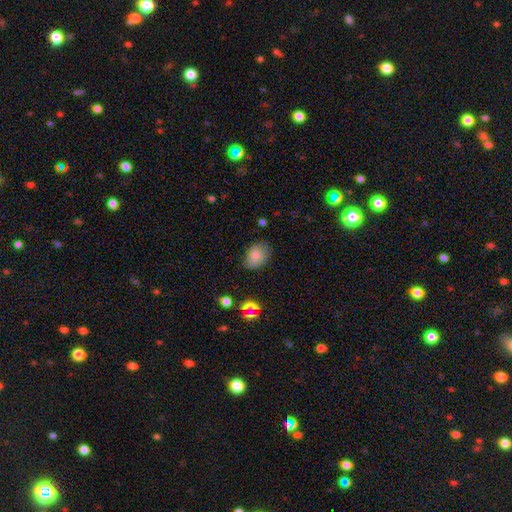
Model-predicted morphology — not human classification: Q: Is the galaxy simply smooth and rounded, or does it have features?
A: smooth — 82%.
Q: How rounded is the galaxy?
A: in between — 72%.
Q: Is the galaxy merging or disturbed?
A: none — 72%.